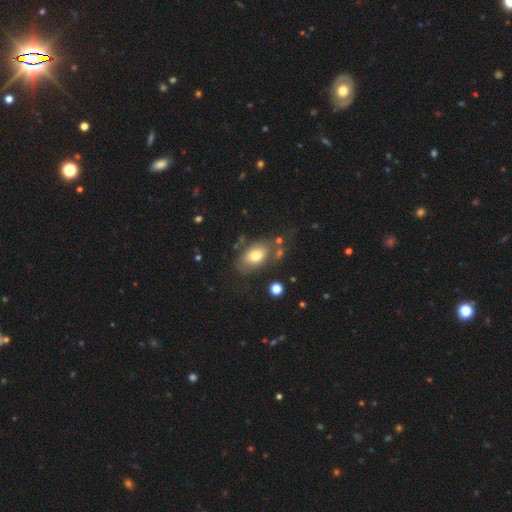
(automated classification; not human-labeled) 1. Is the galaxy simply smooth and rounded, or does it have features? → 72% smooth, 19% featured or disk, 9% star or artifact.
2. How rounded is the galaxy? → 83% in between, 15% round, 1% cigar-shaped.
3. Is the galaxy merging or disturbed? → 59% none, 21% minor disturbance, 11% major disturbance, 9% merger.